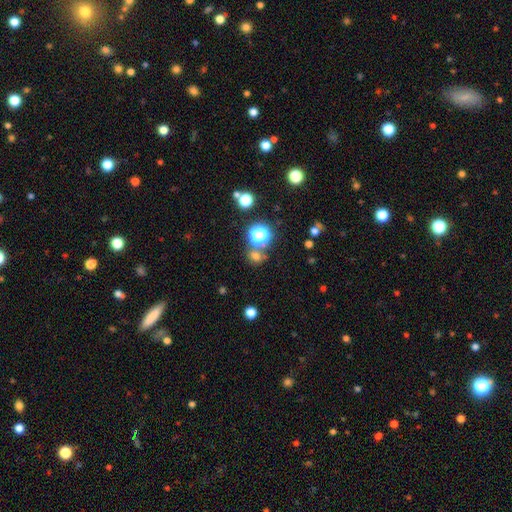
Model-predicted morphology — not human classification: Overall: smooth (61%; star or artifact 31%). How rounded: round (76%). Merging: none (69%).